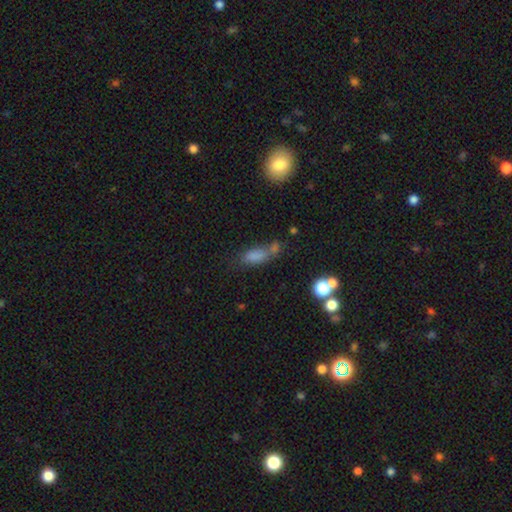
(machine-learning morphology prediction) Overall: smooth (72%). How rounded: in between (70%). Merging: none (38%; merger 26%).